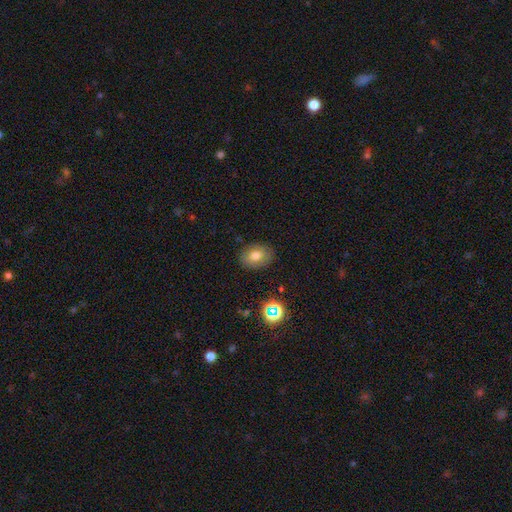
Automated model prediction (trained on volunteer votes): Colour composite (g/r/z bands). It shows a smooth galaxy with no disk features (76%) that is in between round and cigar-shaped (71%). Merging: none (85%).